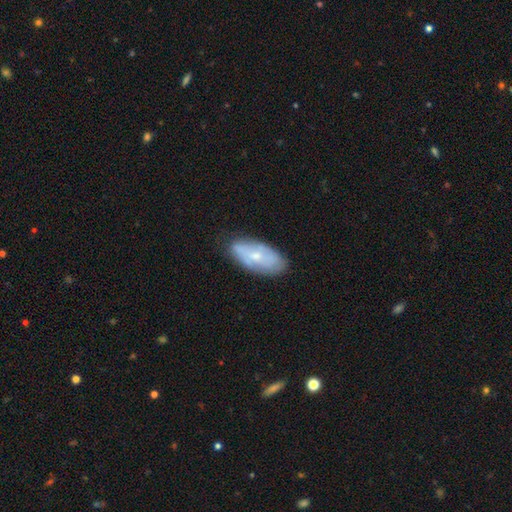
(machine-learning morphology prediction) This appears to be a smooth galaxy with no disk features (47%). Merging: none (74%).